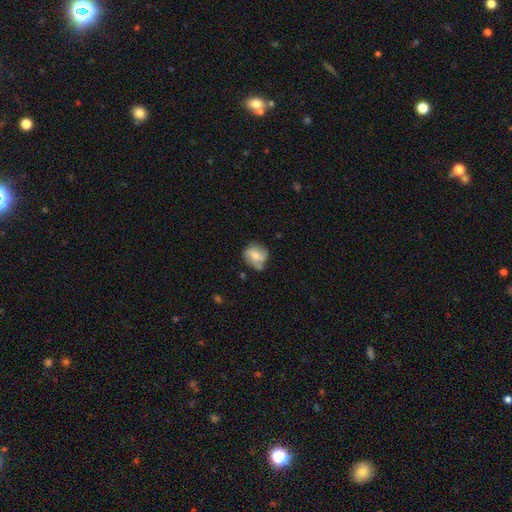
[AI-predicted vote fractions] Q: Smooth or featured?
A: featured or disk (47%); runner-up: smooth (45%)
Q: Merging?
A: none (54%); runner-up: minor disturbance (31%)